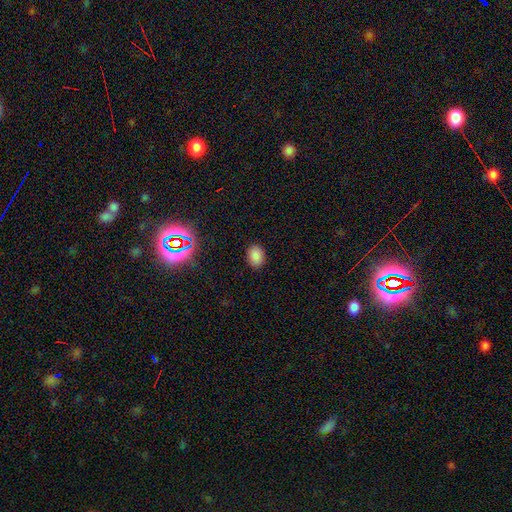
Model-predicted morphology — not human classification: Overall: smooth (84%). How rounded: in between (73%). Merging: none (88%).